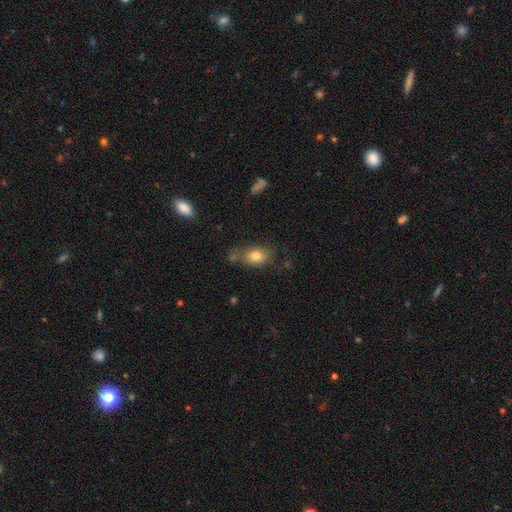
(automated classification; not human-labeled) Morphology: type=smooth (79%); roundness=in between (79%); merging=none (61%).